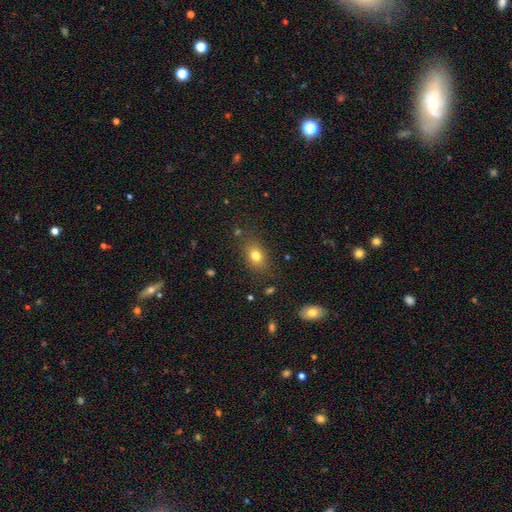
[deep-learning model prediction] Smooth or featured?
  - smooth: 78% *
  - star or artifact: 12%
  - featured or disk: 9%
How rounded?
  - in between: 69% *
  - round: 29%
  - cigar-shaped: 2%
Merging?
  - none: 80% *
  - minor disturbance: 13%
  - major disturbance: 4%
  - merger: 3%